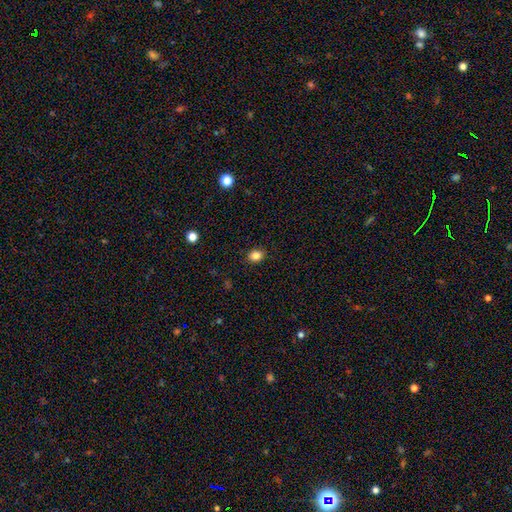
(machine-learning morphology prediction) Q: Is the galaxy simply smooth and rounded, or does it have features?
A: smooth — 84%.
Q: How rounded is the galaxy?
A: in between — 50%.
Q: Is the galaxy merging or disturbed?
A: none — 89%.